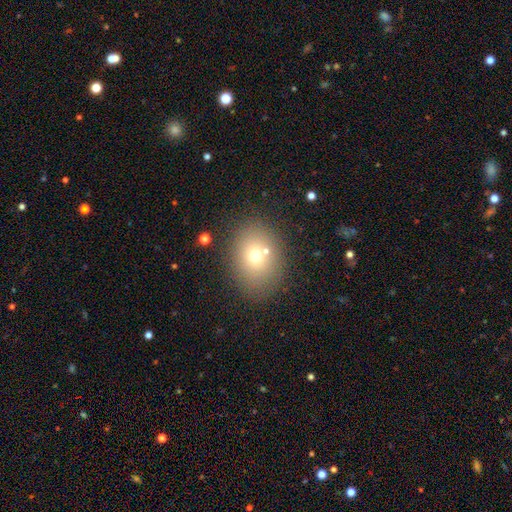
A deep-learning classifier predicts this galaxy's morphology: A smooth galaxy with no disk features (69%) that is in between round and cigar-shaped (53%).

Vote fractions:
- Smooth or featured? smooth: 69% / featured or disk: 16% / star or artifact: 15%
- How rounded? in between: 53% / round: 46% / cigar-shaped: 1%
- Merging? none: 75% / minor disturbance: 11% / merger: 9% / major disturbance: 5%